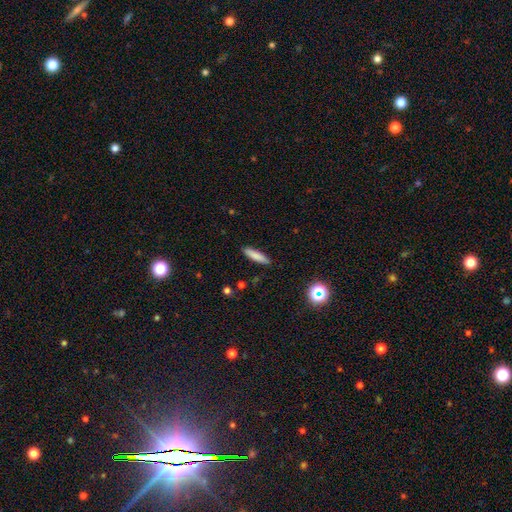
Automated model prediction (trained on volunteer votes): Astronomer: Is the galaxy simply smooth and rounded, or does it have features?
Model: smooth — 83%.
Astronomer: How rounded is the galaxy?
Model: cigar-shaped — 75%.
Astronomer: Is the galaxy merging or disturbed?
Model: none — 90%.